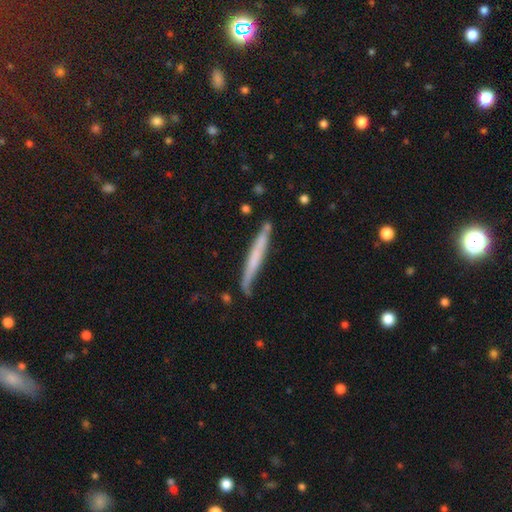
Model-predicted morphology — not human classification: The model was most divided on "smooth or featured": smooth: 47%, featured or disk: 46%, star or artifact: 7%. More confident: merging — none (75%).